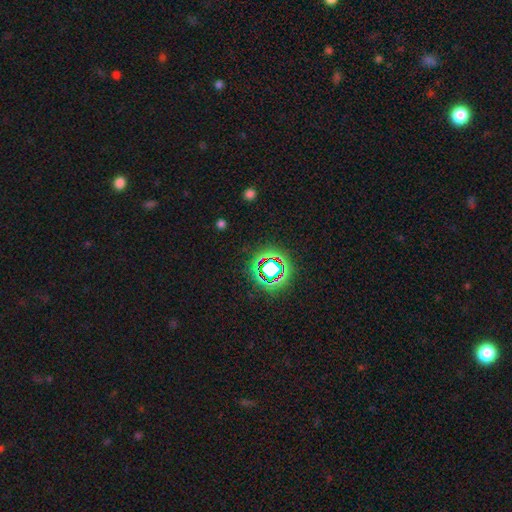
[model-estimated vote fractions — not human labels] smooth_or_featured: star or artifact (p=0.74) [alt: smooth p=0.17]